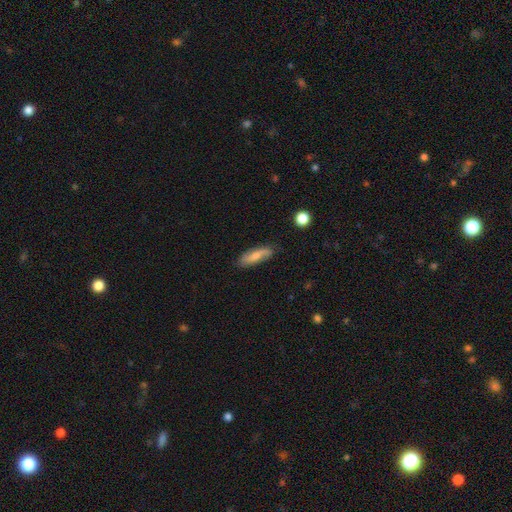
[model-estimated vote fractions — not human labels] smooth 58%, featured or disk 36%, star or artifact 6%. Down the decision tree: how rounded — in between (52%); merging — none (76%).